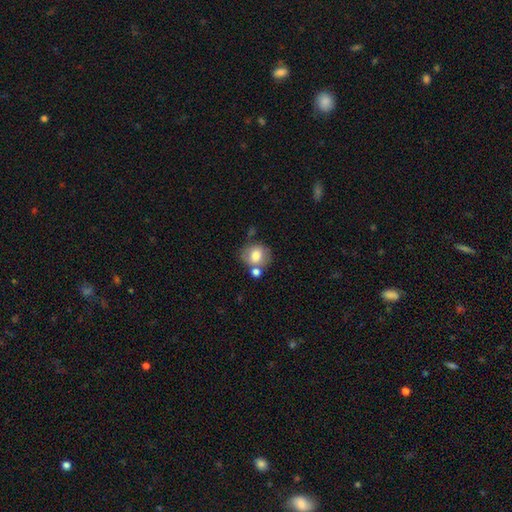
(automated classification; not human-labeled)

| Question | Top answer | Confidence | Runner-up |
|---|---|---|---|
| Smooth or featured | smooth | 76% | featured or disk (15%) |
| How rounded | round | 69% | in between (30%) |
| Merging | none | 58% | merger (20%) |